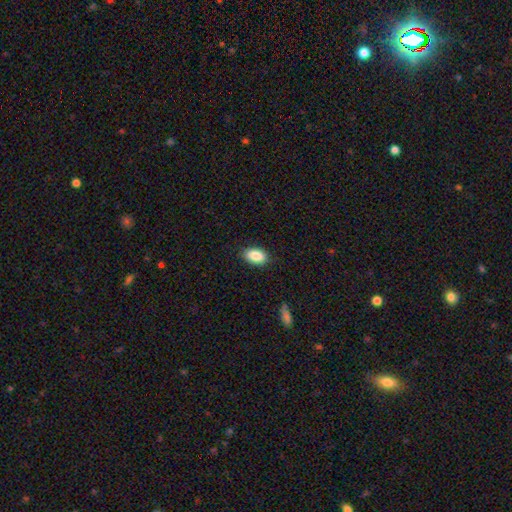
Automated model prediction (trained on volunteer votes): Smooth or featured? Predicted: smooth (p=0.88). How rounded? Predicted: in between (p=0.92). Merging? Predicted: none (p=0.87).